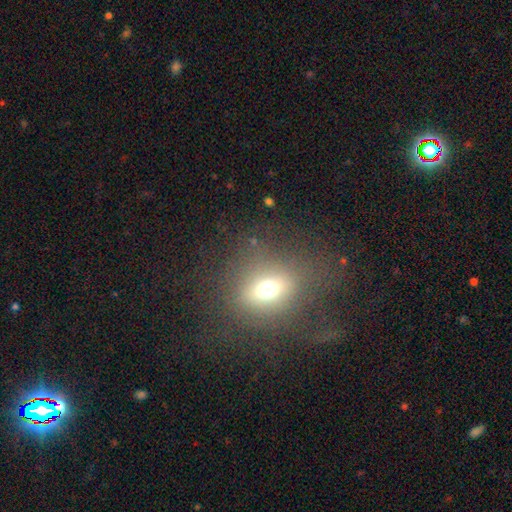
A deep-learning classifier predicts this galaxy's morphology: A smooth galaxy with no disk features (55%) that is in between round and cigar-shaped (53%).

Vote fractions:
- Smooth or featured? smooth: 55% / featured or disk: 24% / star or artifact: 21%
- How rounded? in between: 53% / round: 43% / cigar-shaped: 4%
- Merging? none: 64% / minor disturbance: 18% / major disturbance: 15% / merger: 3%